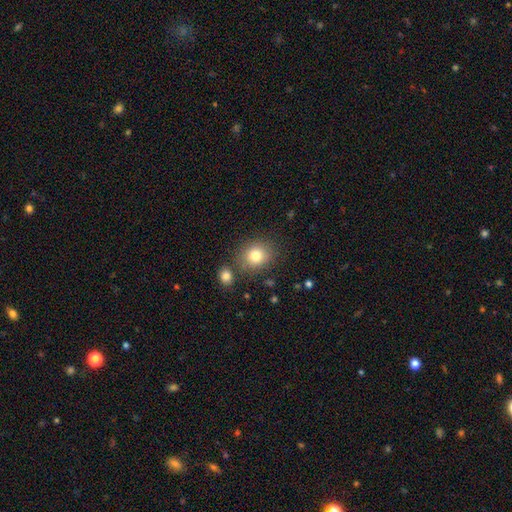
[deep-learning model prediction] A smooth galaxy with no disk features (80%) that is round (70%). Merging: none (77%).